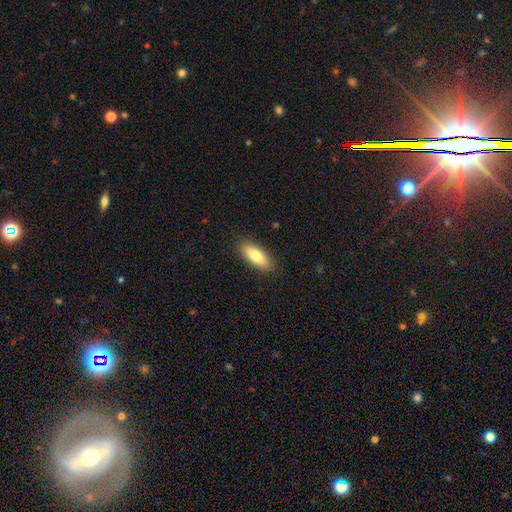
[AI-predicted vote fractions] Morphology: type=smooth (77%); roundness=in between (73%); merging=none (88%).